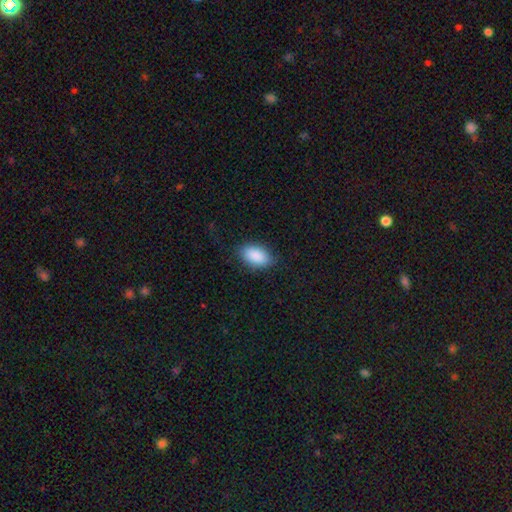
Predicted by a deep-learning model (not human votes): Smooth or featured? Predicted: smooth (p=0.90). How rounded? Predicted: in between (p=0.93). Merging? Predicted: none (p=0.82).